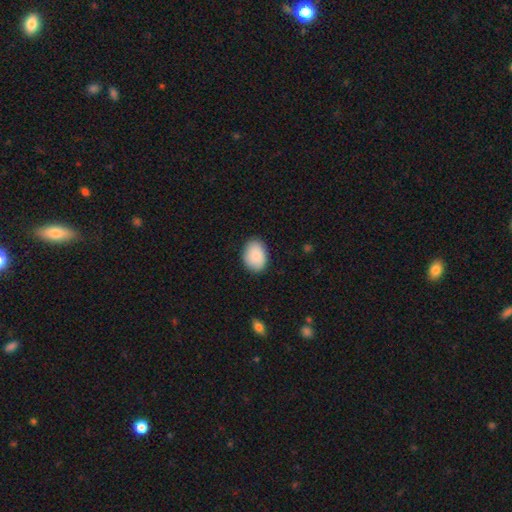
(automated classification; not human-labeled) A smooth galaxy with no disk features (88%) that is in between round and cigar-shaped (77%).

Vote fractions:
- Smooth or featured? smooth: 88% / star or artifact: 6% / featured or disk: 6%
- How rounded? in between: 77% / round: 22% / cigar-shaped: 1%
- Merging? none: 86% / minor disturbance: 11% / major disturbance: 2% / merger: 1%